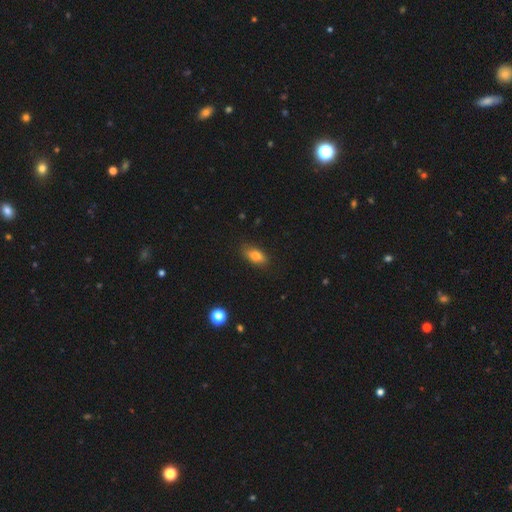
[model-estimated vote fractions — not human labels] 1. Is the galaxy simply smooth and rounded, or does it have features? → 82% smooth, 9% star or artifact, 9% featured or disk.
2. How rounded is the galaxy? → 85% in between, 10% cigar-shaped, 5% round.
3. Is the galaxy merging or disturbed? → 82% none, 14% minor disturbance, 3% major disturbance, 1% merger.